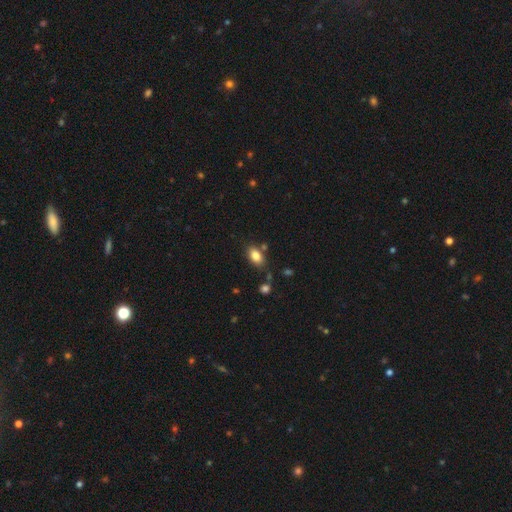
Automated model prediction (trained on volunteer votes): Smooth or featured? Predicted: smooth (p=0.84). How rounded? Predicted: in between (p=0.89). Merging? Predicted: none (p=0.77).